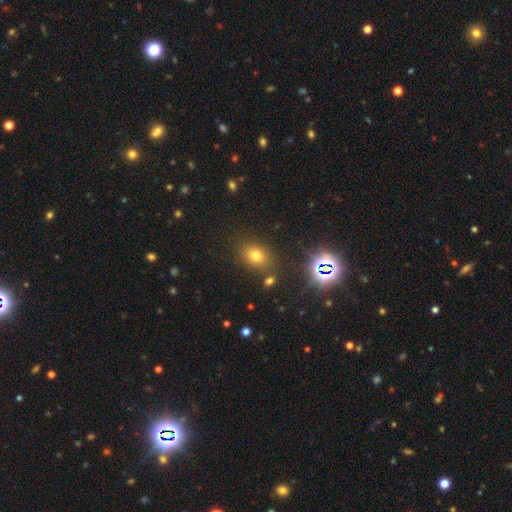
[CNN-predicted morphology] The model was most divided on "how rounded": in between: 55%, round: 43%, cigar-shaped: 1%. More confident: merging — none (81%); smooth or featured — smooth (67%).